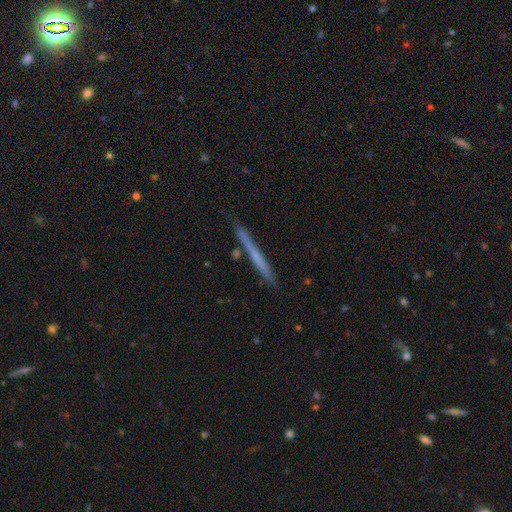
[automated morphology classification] Smooth or featured?
  - smooth: 48% *
  - featured or disk: 46%
  - star or artifact: 6%
Merging?
  - none: 85% *
  - minor disturbance: 10%
  - merger: 3%
  - major disturbance: 2%